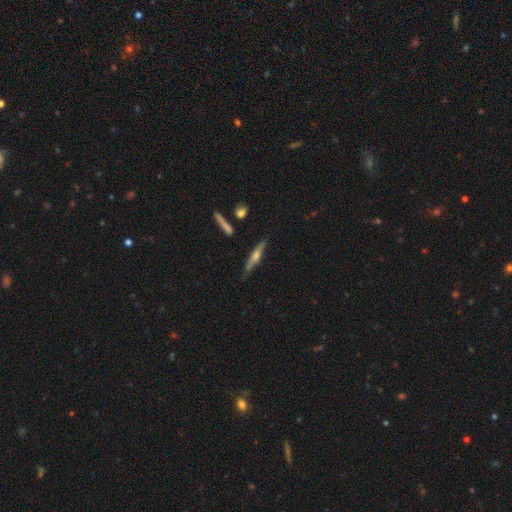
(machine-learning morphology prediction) Smooth or featured?
  - featured or disk: 64% *
  - smooth: 30%
  - star or artifact: 6%
Edge-on disk?
  - yes: 95% *
  - no: 5%
Edge-on bulge?
  - rounded: 80% *
  - boxy: 10%
  - none: 10%
Merging?
  - none: 80% *
  - minor disturbance: 14%
  - merger: 3%
  - major disturbance: 3%